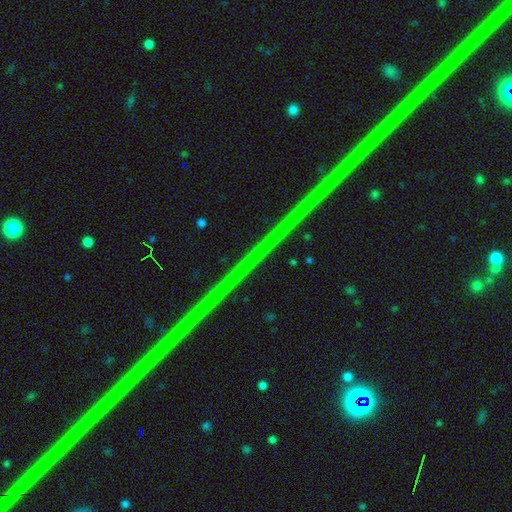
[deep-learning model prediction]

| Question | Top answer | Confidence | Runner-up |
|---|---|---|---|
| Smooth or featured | star or artifact | 87% | featured or disk (8%) |